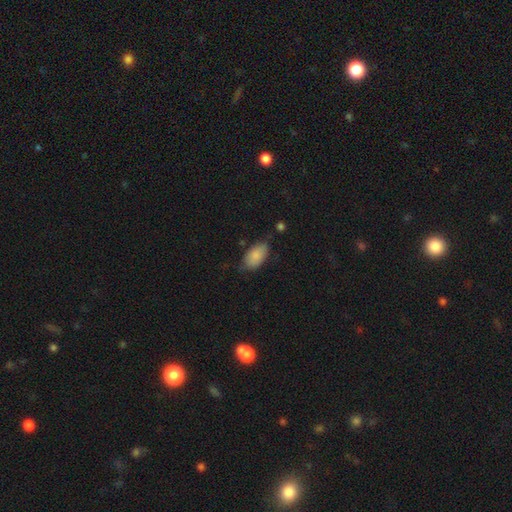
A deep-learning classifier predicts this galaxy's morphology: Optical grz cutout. It shows a smooth galaxy with no disk features (86%) that is in between round and cigar-shaped (93%). Merging: none (63%).